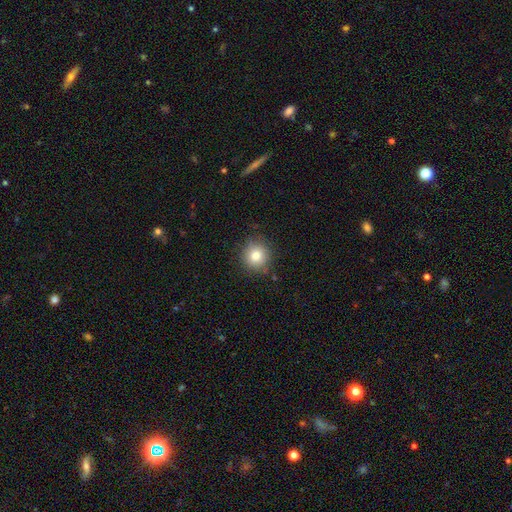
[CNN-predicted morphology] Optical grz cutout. It shows a smooth galaxy with no disk features (80%) that is round (92%). Merging: none (86%).